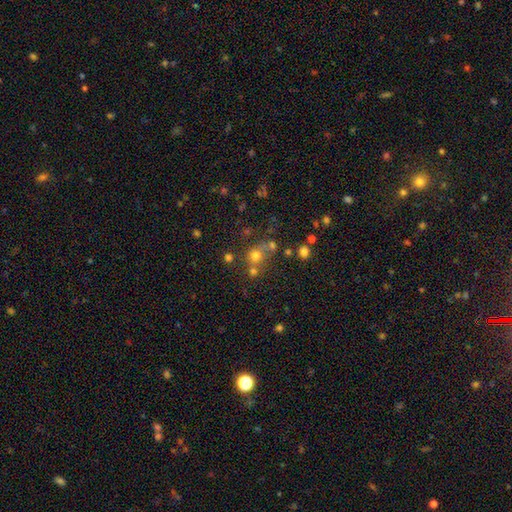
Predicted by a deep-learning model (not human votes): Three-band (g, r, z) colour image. It shows a smooth galaxy with no disk features (62%) that is round (87%). Merging: none (54%).